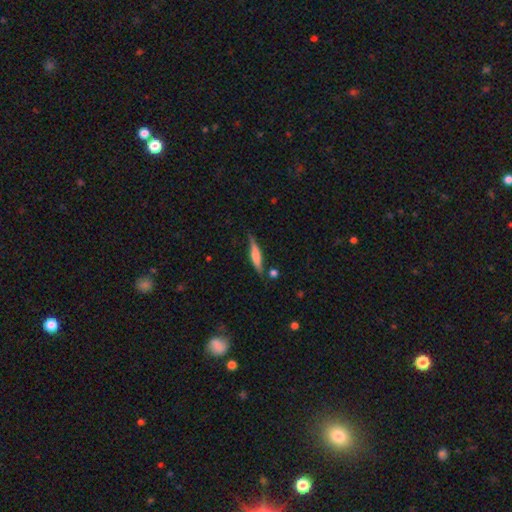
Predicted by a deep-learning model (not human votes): Q: Smooth or featured?
A: smooth (50%); runner-up: featured or disk (44%)
Q: How rounded?
A: cigar-shaped (86%); runner-up: in between (12%)
Q: Merging?
A: none (74%); runner-up: minor disturbance (18%)